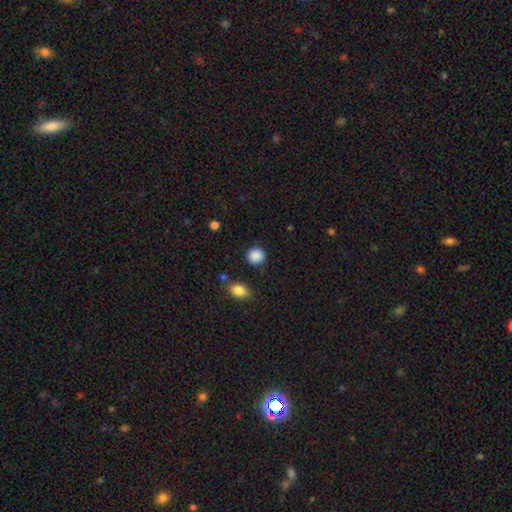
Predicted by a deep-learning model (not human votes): Smooth or featured? Predicted: smooth (p=0.89). How rounded? Predicted: round (p=0.85). Merging? Predicted: none (p=0.87).